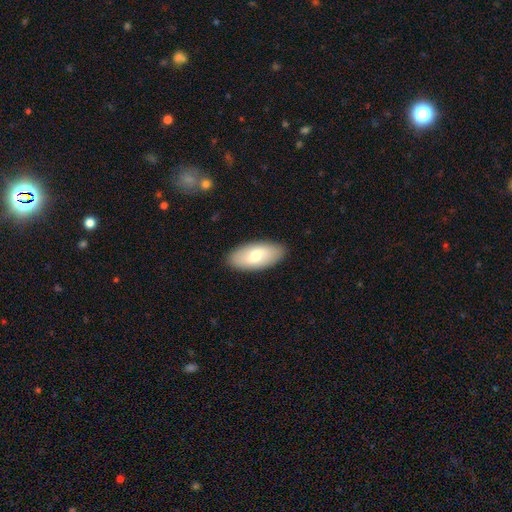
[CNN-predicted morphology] smooth 65%, featured or disk 30%, star or artifact 6%. Down the decision tree: how rounded — in between (91%); merging — none (88%).